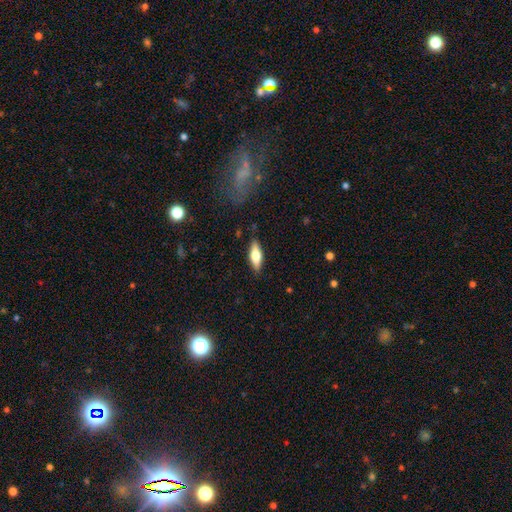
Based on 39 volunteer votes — A smooth galaxy with no disk features (72%) that is in between round and cigar-shaped (46%, tied with cigar-shaped). Merging: none (81%).